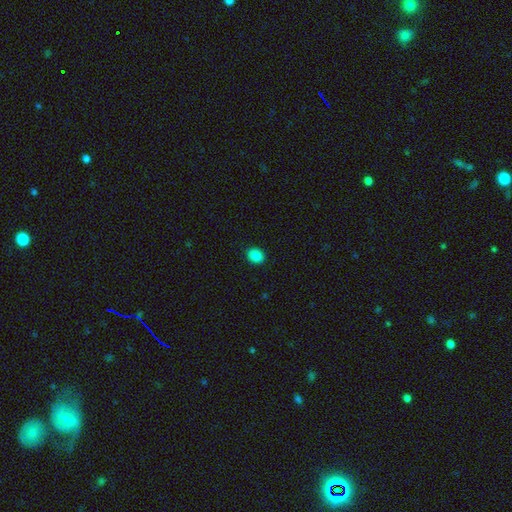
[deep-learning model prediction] smooth-or-featured: smooth: 87% | star or artifact: 10% | featured or disk: 3%
  how-rounded: round: 61% | in between: 38% | cigar-shaped: 1%
  merging: none: 91% | minor disturbance: 6% | major disturbance: 2% | merger: 1%